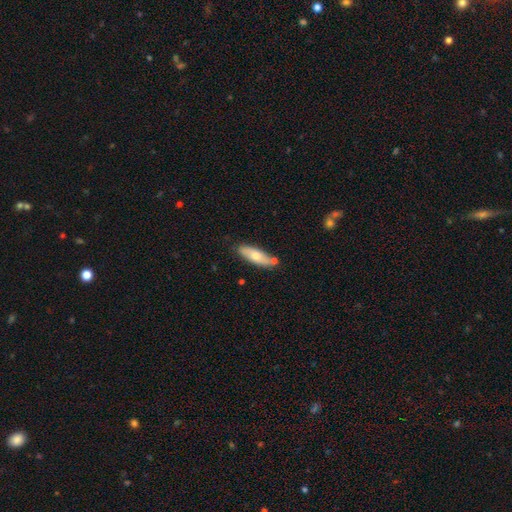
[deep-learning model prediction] smooth 62%, featured or disk 32%, star or artifact 6%. Down the decision tree: how rounded — in between (55%); merging — none (73%).